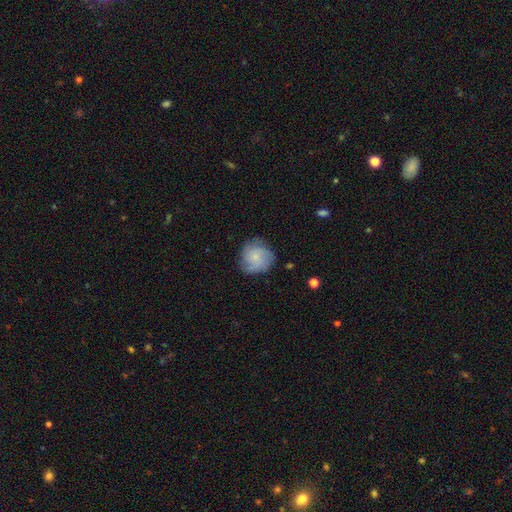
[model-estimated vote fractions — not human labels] smooth_or_featured: smooth (p=0.48) [alt: featured or disk p=0.43]
merging: none (p=0.70) [alt: minor disturbance p=0.21]